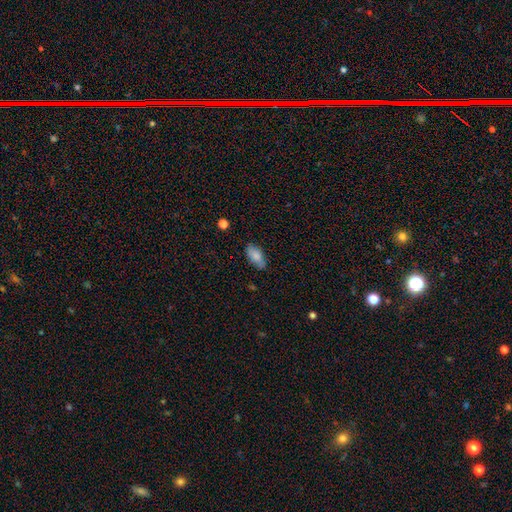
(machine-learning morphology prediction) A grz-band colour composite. It shows a smooth galaxy with no disk features (83%) that is in between round and cigar-shaped (90%). Merging: none (77%).